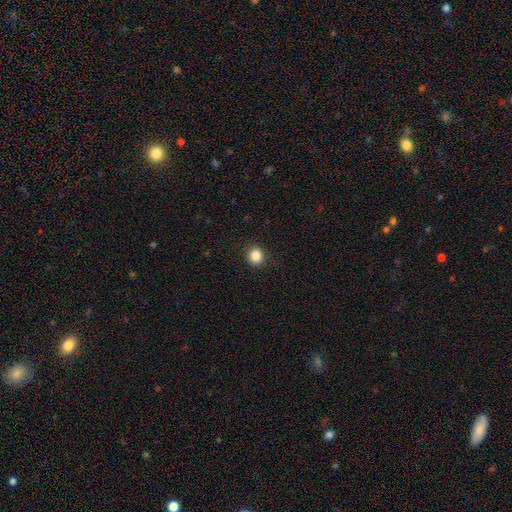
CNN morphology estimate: The model was most divided on "how rounded": round: 79%, in between: 20%, cigar-shaped: 1%. More confident: merging — none (91%); smooth or featured — smooth (87%).